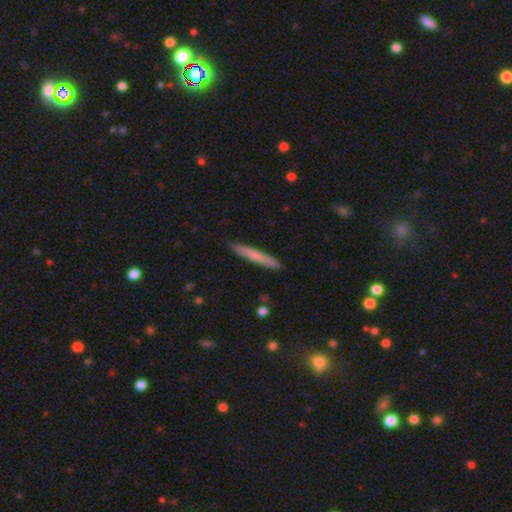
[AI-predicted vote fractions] Overall: smooth (70%). How rounded: cigar-shaped (96%). Merging: none (90%).